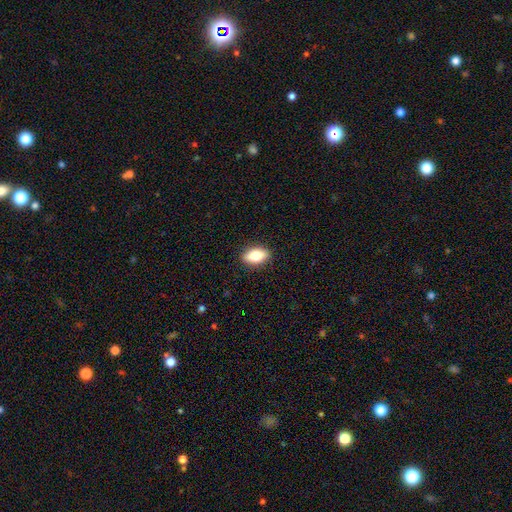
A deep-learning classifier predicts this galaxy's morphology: A smooth galaxy with no disk features (76%) that is in between round and cigar-shaped (86%). Merging: none (89%).